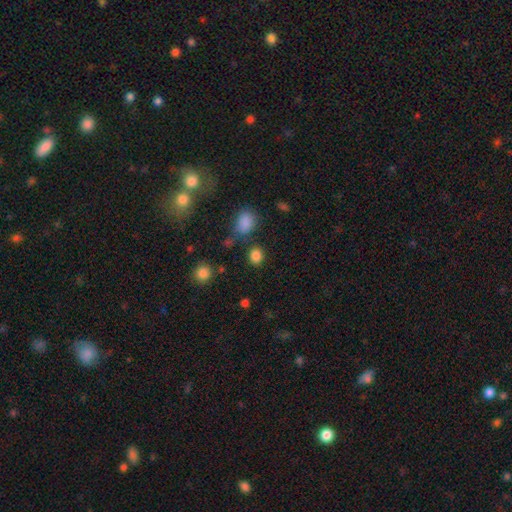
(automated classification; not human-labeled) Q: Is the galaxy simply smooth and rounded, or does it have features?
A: smooth — 84%.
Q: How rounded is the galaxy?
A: round — 59%.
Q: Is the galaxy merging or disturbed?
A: none — 80%.